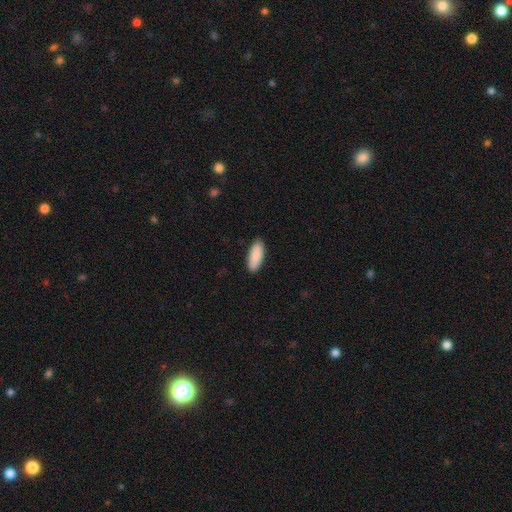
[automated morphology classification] Smooth or featured? smooth (90%)
How rounded? in between (72%)
Merging? none (90%)